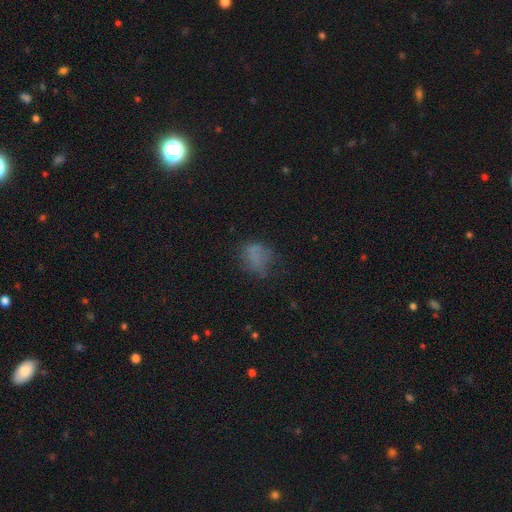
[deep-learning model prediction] This is likely a smooth galaxy (64%). How rounded: possibly in between (54%). Merging: possibly none (52%).